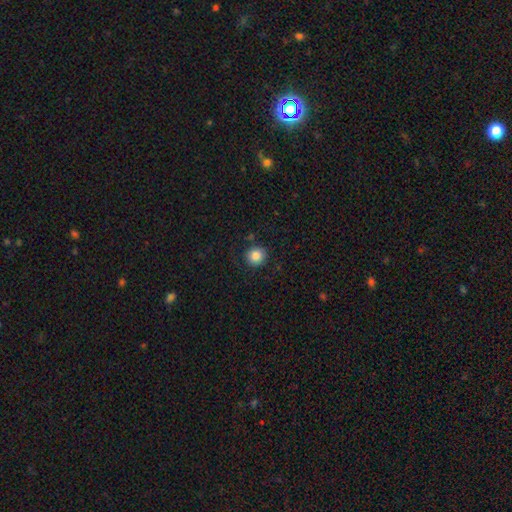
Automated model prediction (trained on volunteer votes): smooth_or_featured: smooth (p=0.85) [alt: star or artifact p=0.10]
how_rounded: round (p=0.91) [alt: in between p=0.08]
merging: none (p=0.86) [alt: minor disturbance p=0.09]